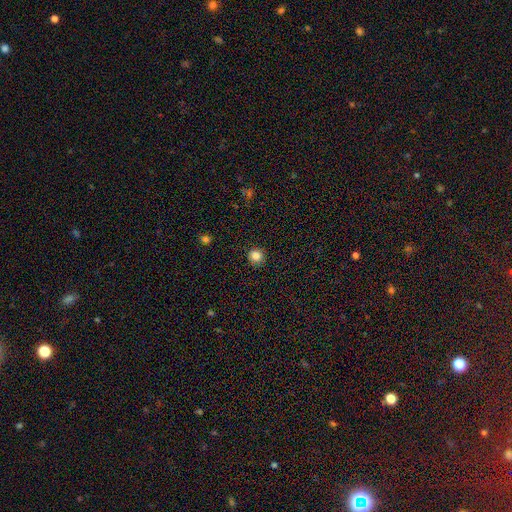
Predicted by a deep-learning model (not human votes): Smooth or featured? smooth (85%)
How rounded? round (93%)
Merging? none (91%)